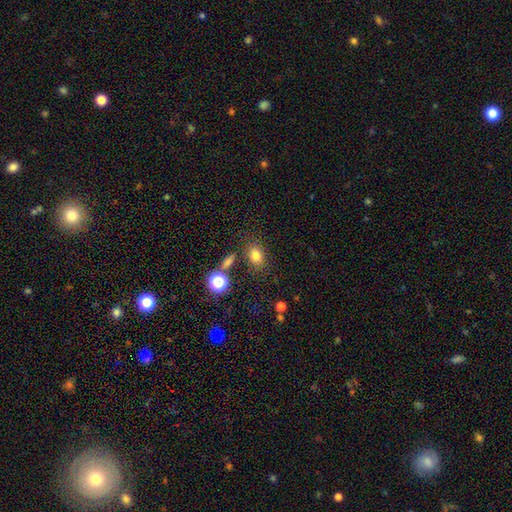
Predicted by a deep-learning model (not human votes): smooth_or_featured: smooth (p=0.78) [alt: star or artifact p=0.14]
how_rounded: in between (p=0.59) [alt: round p=0.39]
merging: none (p=0.76) [alt: minor disturbance p=0.12]